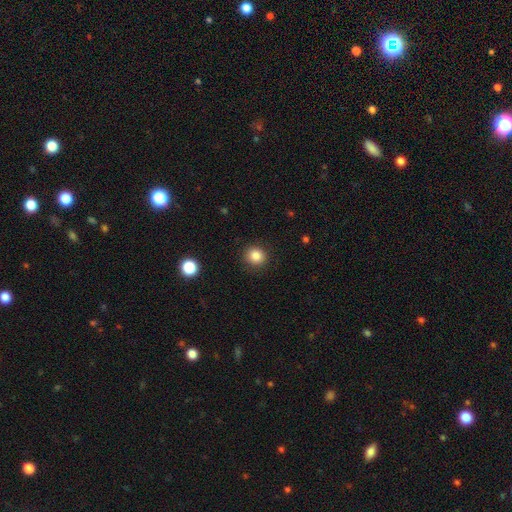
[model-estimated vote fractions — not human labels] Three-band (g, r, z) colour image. It shows a smooth galaxy with no disk features (85%) that is round (90%). Merging: none (91%).